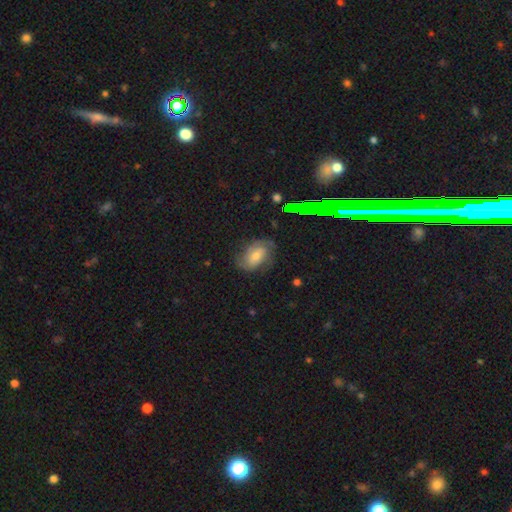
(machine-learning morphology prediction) This appears to be a featured or disk galaxy (55%) with no bar (51%), spiral arms (88%) and a moderate central bulge (50%). Merging: none (71%).